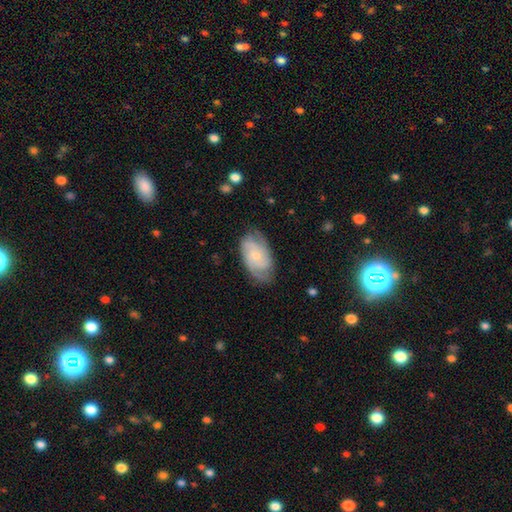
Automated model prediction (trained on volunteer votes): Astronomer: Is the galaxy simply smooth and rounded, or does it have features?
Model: featured or disk — 73%.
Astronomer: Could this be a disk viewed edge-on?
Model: no — 96%.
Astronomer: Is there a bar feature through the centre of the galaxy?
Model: no — 73%.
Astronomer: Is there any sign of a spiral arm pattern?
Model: yes — 93%.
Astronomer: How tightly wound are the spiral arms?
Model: tight — 49% (runner-up: medium, 39%).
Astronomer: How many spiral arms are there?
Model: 2 — 39% (runner-up: 3, 24%).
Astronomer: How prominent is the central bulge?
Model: small — 67%.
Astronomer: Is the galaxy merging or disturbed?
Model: none — 73%.